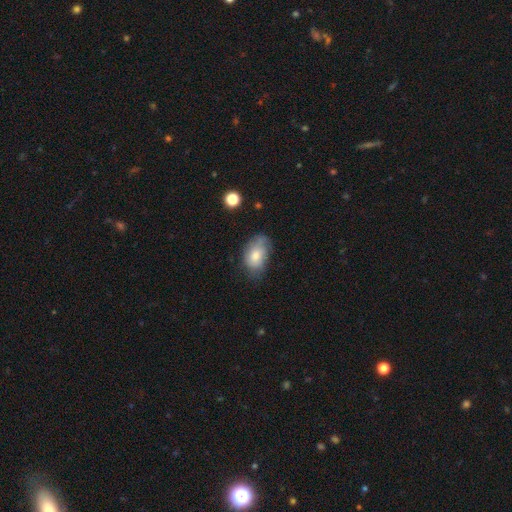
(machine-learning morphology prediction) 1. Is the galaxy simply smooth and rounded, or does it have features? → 73% smooth, 20% featured or disk, 8% star or artifact.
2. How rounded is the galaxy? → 86% in between, 13% round, 1% cigar-shaped.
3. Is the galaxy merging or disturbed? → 52% none, 33% minor disturbance, 12% major disturbance, 2% merger.